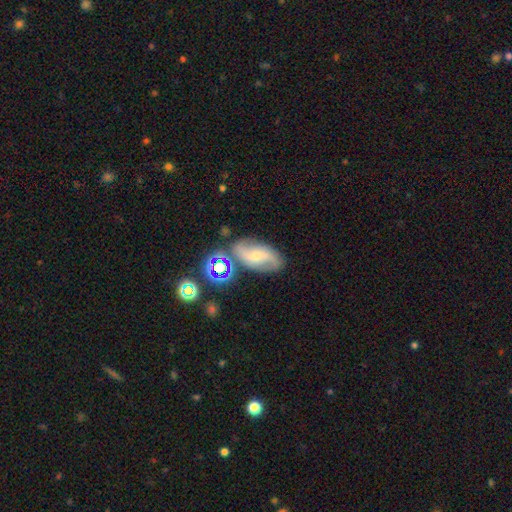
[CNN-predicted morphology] A featured or disk galaxy (62%) with no bar (47%), 2 (86%) loose (53%) spiral arms (88%) and a small central bulge (61%). Merging: none (68%).